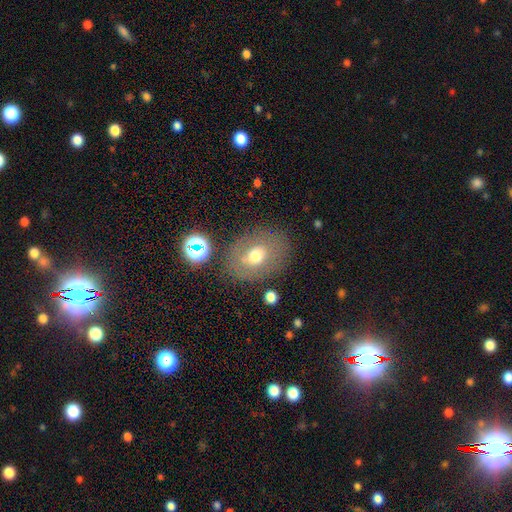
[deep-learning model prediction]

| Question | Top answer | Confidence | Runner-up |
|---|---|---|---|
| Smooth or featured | smooth | 61% | featured or disk (27%) |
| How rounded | in between | 61% | round (37%) |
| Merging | none | 76% | minor disturbance (13%) |